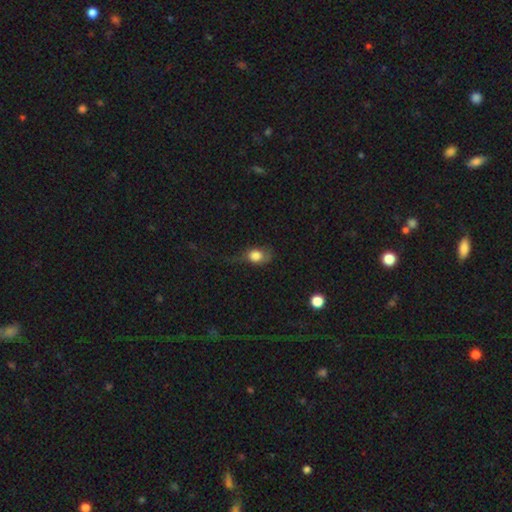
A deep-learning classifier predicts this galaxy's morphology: smooth_or_featured: smooth (p=0.75) [alt: featured or disk p=0.16]
how_rounded: in between (p=0.52) [alt: round p=0.45]
merging: none (p=0.34) [alt: major disturbance p=0.32]